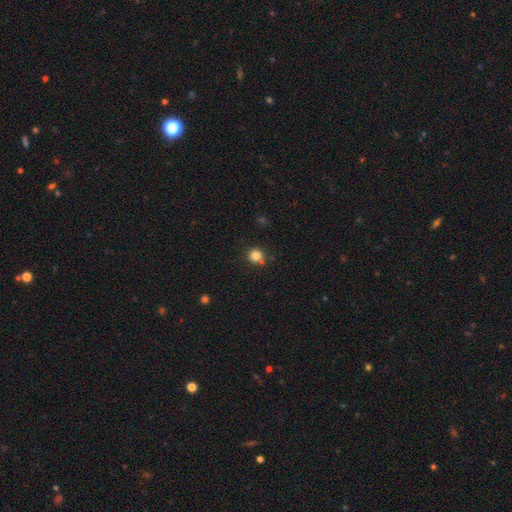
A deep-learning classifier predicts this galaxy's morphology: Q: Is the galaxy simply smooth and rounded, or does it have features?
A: smooth — 82%.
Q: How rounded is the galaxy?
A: round — 89%.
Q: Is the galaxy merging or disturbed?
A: none — 72%.